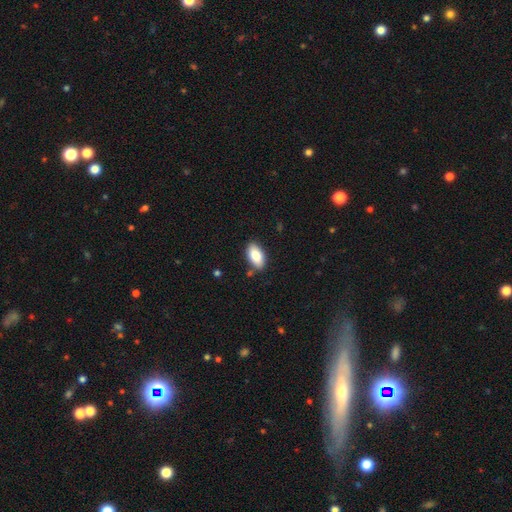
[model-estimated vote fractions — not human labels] Overall: smooth (86%). How rounded: in between (93%). Merging: none (84%).